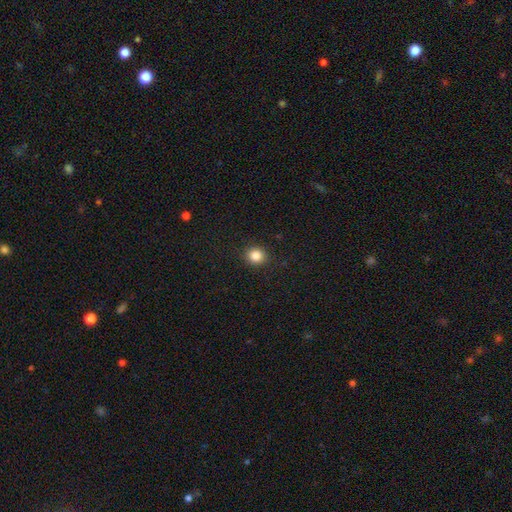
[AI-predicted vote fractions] Smooth or featured: smooth — 85% (star or artifact — 11%)
How rounded: round — 86% (in between — 14%)
Merging: none — 91% (minor disturbance — 6%)